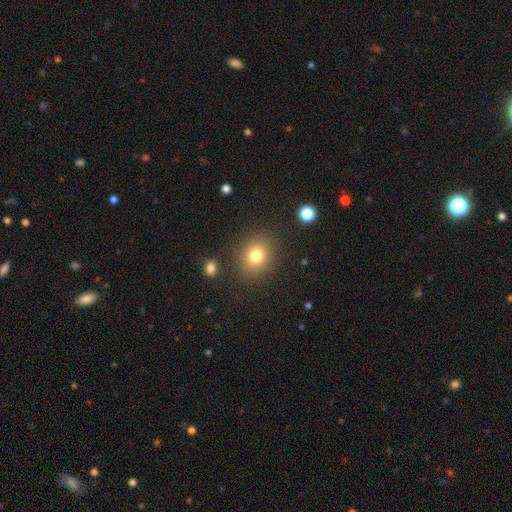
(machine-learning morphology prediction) Smooth or featured? Predicted: smooth (p=0.79). How rounded? Predicted: round (p=0.72). Merging? Predicted: none (p=0.86).